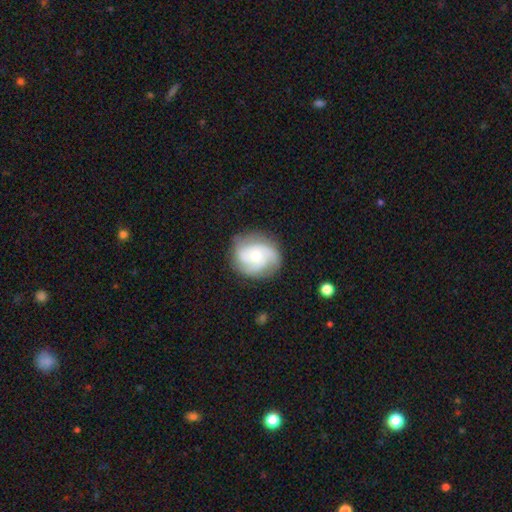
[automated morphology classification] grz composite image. It shows a featured or disk galaxy (77%) with no bar (73%), 3 (58%) medium (44%, tied with tight) spiral arms (96%) and a moderate central bulge (51%). Merging: none (76%).